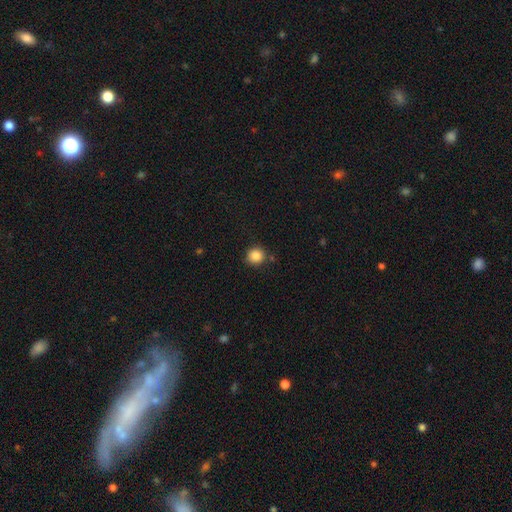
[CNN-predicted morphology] Overall: smooth (86%). How rounded: round (90%). Merging: none (84%).